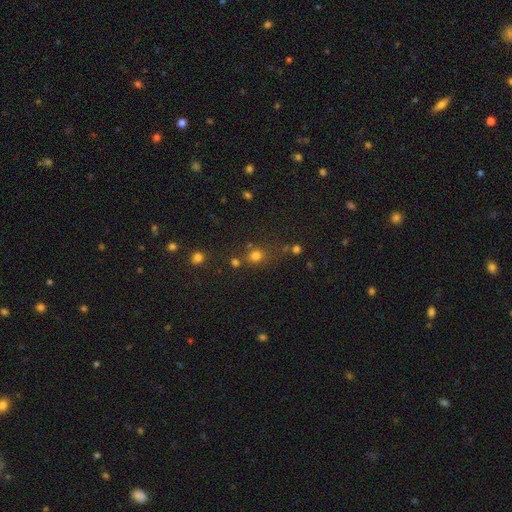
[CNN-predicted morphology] A smooth galaxy with no disk features (73%) that is round (73%).

Vote fractions:
- Smooth or featured? smooth: 73% / star or artifact: 20% / featured or disk: 7%
- How rounded? round: 73% / in between: 26% / cigar-shaped: 1%
- Merging? none: 65% / merger: 16% / minor disturbance: 13% / major disturbance: 6%